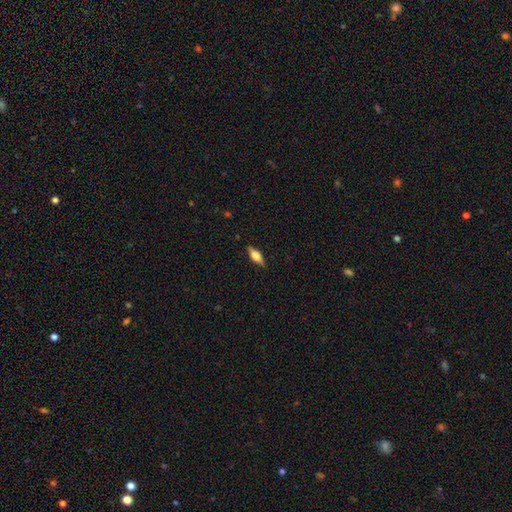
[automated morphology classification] Q: Smooth or featured?
A: smooth (48%); runner-up: featured or disk (45%)
Q: Merging?
A: none (88%); runner-up: minor disturbance (9%)